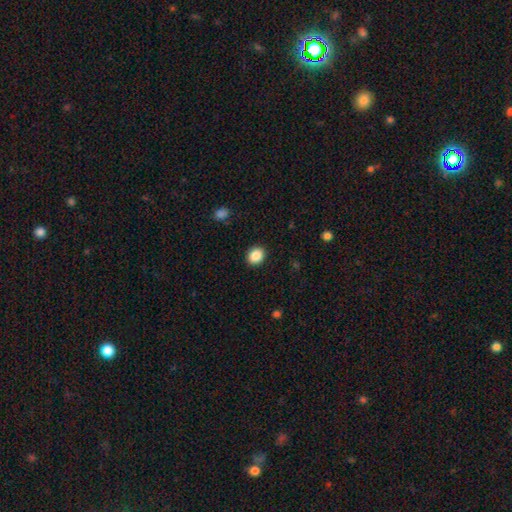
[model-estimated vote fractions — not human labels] This is clearly a smooth galaxy (87%). How rounded: likely round (62%). Merging: clearly none (90%).